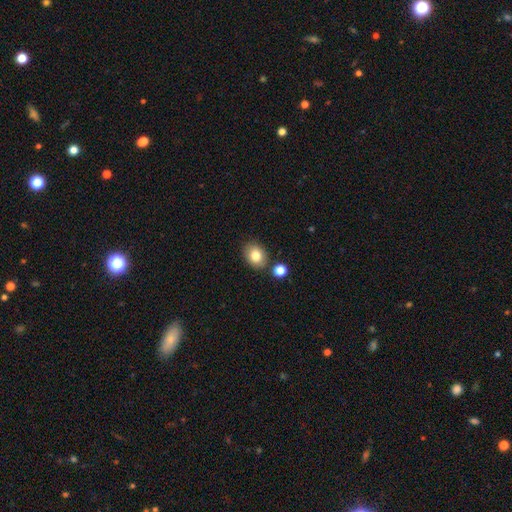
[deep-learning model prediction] Q: Smooth or featured?
A: smooth (81%); runner-up: star or artifact (10%)
Q: How rounded?
A: in between (55%); runner-up: round (44%)
Q: Merging?
A: none (79%); runner-up: minor disturbance (11%)